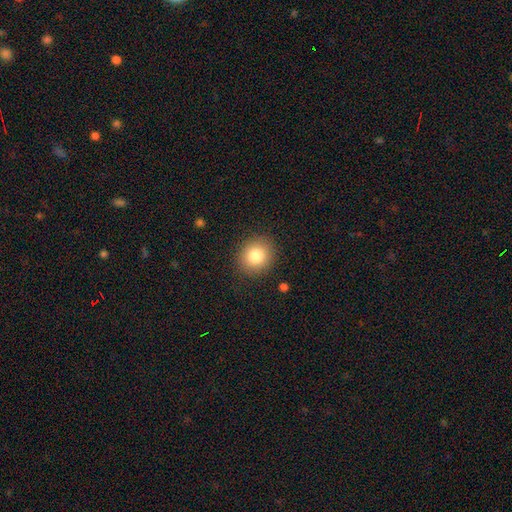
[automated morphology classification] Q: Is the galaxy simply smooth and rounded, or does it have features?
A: smooth — 82%.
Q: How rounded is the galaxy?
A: round — 81%.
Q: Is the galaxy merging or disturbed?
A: none — 89%.